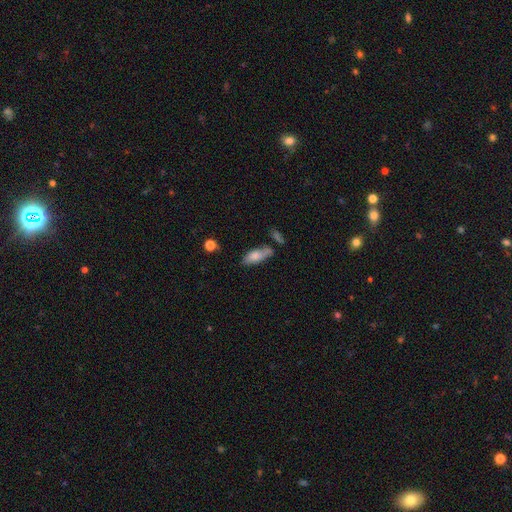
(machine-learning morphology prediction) A smooth galaxy with no disk features (75%) that is in between round and cigar-shaped (72%). Merging: none (54%).